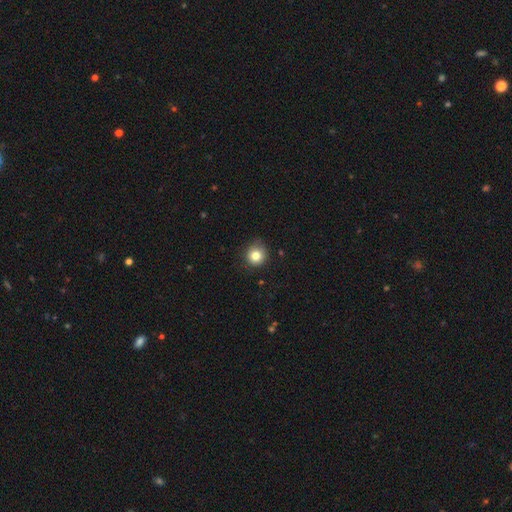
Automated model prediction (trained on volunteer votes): Smooth or featured? Predicted: smooth (p=0.82). How rounded? Predicted: round (p=0.91). Merging? Predicted: none (p=0.80).